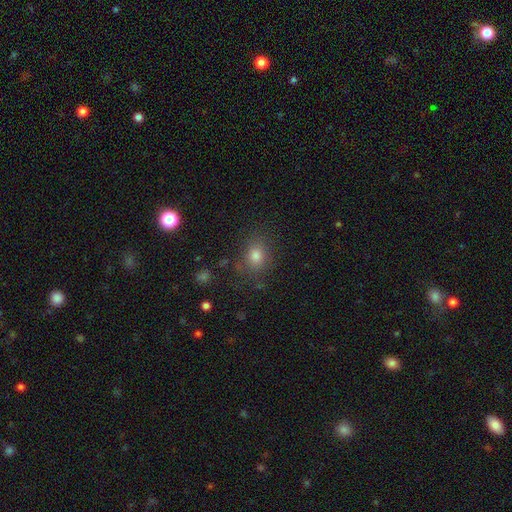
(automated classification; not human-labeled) Overall: smooth (77%). How rounded: round (53%; in between 46%). Merging: none (80%).